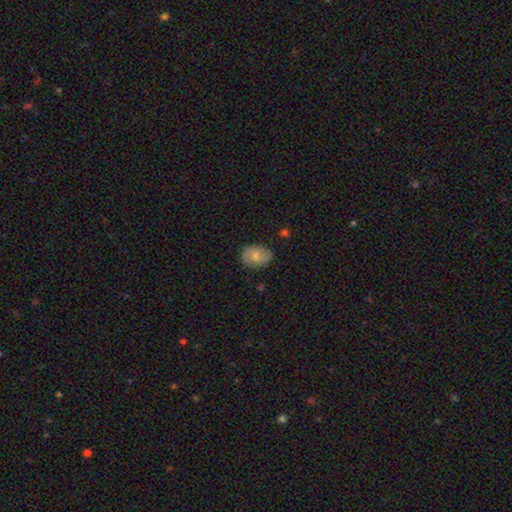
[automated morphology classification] The model was most divided on "smooth or featured": smooth: 53%, featured or disk: 39%, star or artifact: 8%. More confident: merging — none (79%); how rounded — in between (68%).